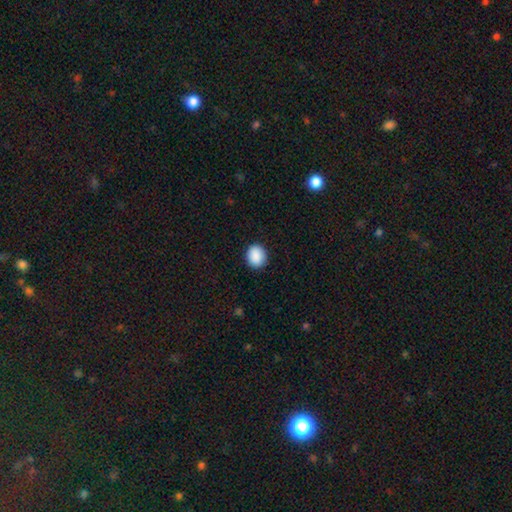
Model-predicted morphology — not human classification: Q: Smooth or featured?
A: smooth (90%); runner-up: star or artifact (7%)
Q: How rounded?
A: round (70%); runner-up: in between (29%)
Q: Merging?
A: none (90%); runner-up: minor disturbance (7%)